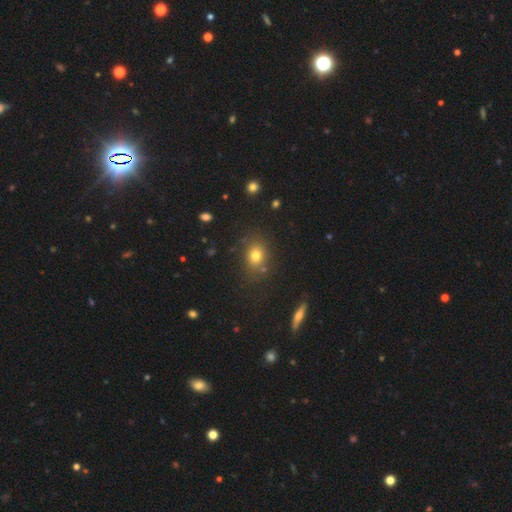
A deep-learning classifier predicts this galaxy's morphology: This is likely a smooth galaxy (75%). How rounded: possibly round (58%). Merging: likely none (80%).